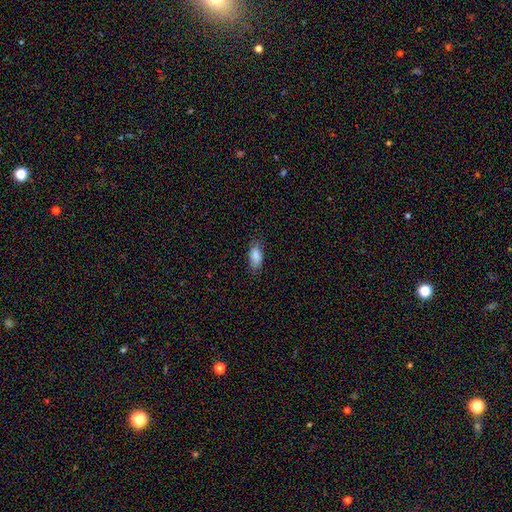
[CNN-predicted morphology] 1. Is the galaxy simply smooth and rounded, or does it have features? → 85% smooth, 7% featured or disk, 7% star or artifact.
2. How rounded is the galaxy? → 86% in between, 11% cigar-shaped, 3% round.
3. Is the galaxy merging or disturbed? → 78% none, 17% minor disturbance, 4% major disturbance, 1% merger.